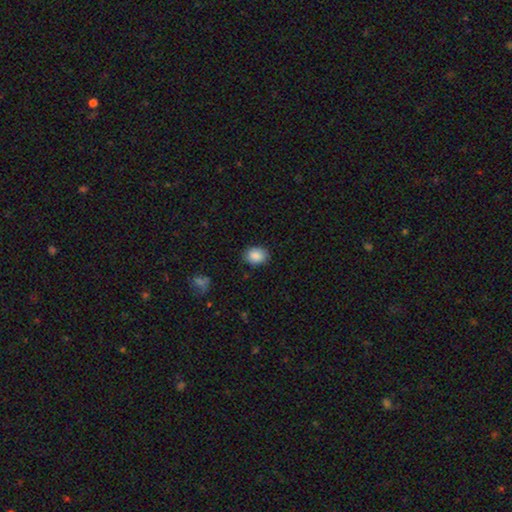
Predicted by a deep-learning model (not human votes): Overall: smooth (87%). How rounded: in between (64%; round 35%). Merging: none (85%).